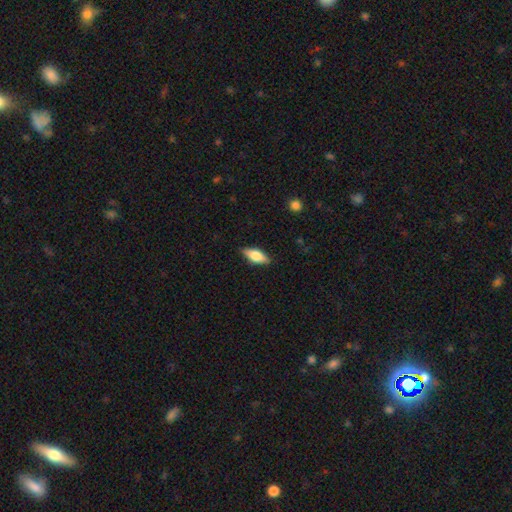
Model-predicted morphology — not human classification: Smooth or featured?
  - smooth: 64% *
  - featured or disk: 30%
  - star or artifact: 7%
How rounded?
  - in between: 77% *
  - cigar-shaped: 20%
  - round: 3%
Merging?
  - none: 85% *
  - minor disturbance: 11%
  - major disturbance: 2%
  - merger: 1%